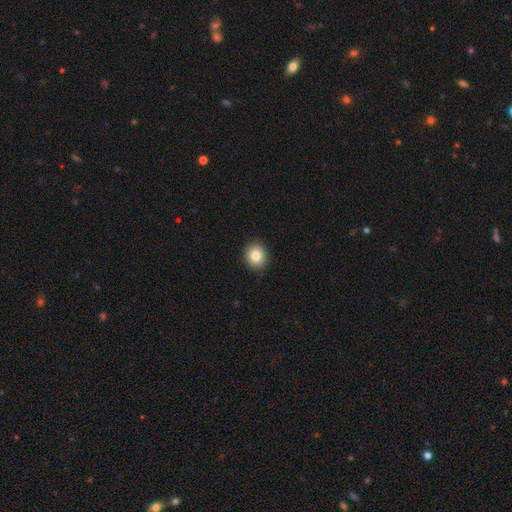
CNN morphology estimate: smooth-or-featured: smooth: 84% | star or artifact: 9% | featured or disk: 6%
  how-rounded: round: 74% | in between: 25% | cigar-shaped: 1%
  merging: none: 91% | minor disturbance: 7% | major disturbance: 2% | merger: 1%